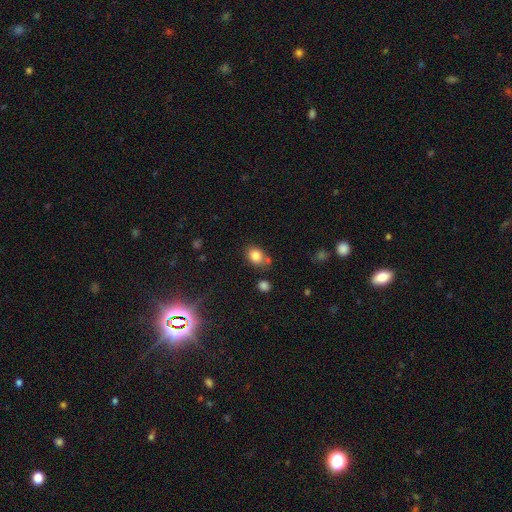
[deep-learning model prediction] A smooth galaxy with no disk features (83%) that is in between round and cigar-shaped (57%). Merging: none (68%).